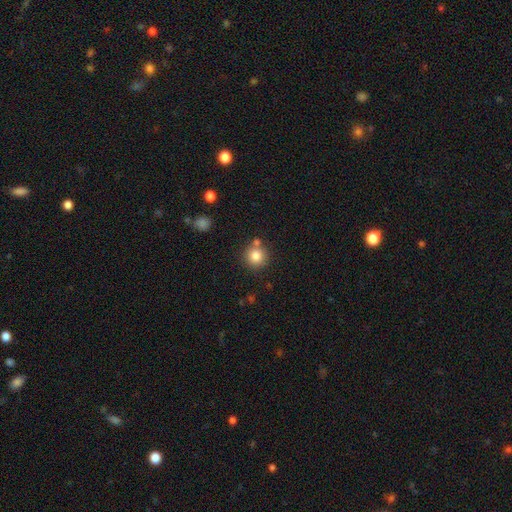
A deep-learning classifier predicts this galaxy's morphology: Smooth or featured: smooth — 83% (star or artifact — 10%)
How rounded: round — 93% (in between — 6%)
Merging: none — 75% (merger — 13%)